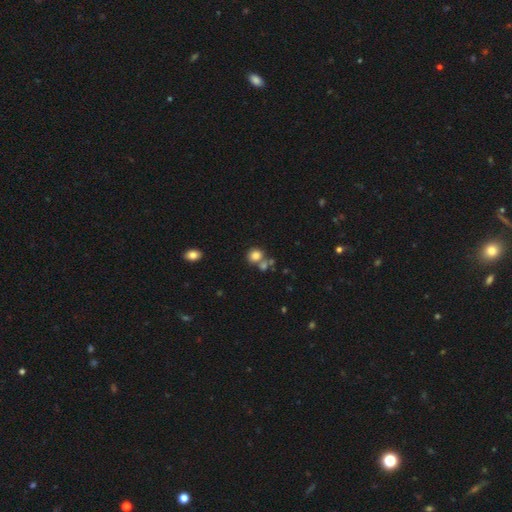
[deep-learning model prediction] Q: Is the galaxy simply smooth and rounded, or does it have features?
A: smooth — 81%.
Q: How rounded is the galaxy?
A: round — 77%.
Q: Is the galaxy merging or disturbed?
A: none — 57%.